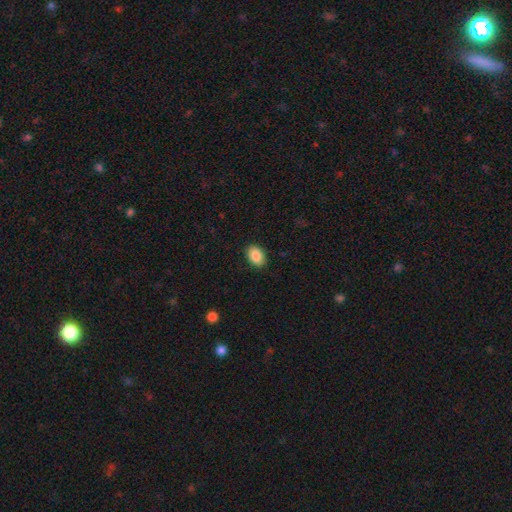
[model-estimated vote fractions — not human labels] This appears to be a smooth galaxy with no disk features (88%) that is in between round and cigar-shaped (83%). Merging: none (89%).